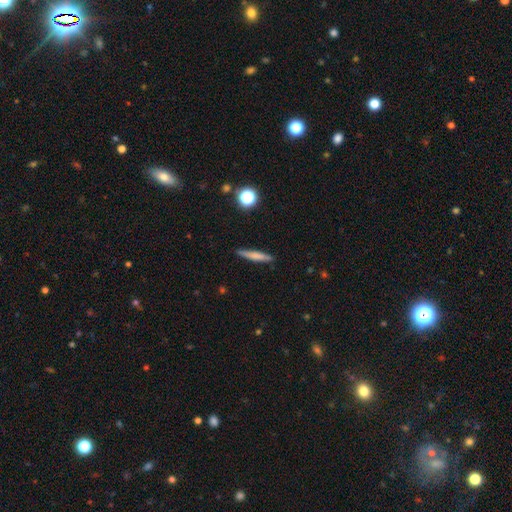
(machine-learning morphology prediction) type=smooth (61%); roundness=cigar-shaped (91%); merging=none (88%).